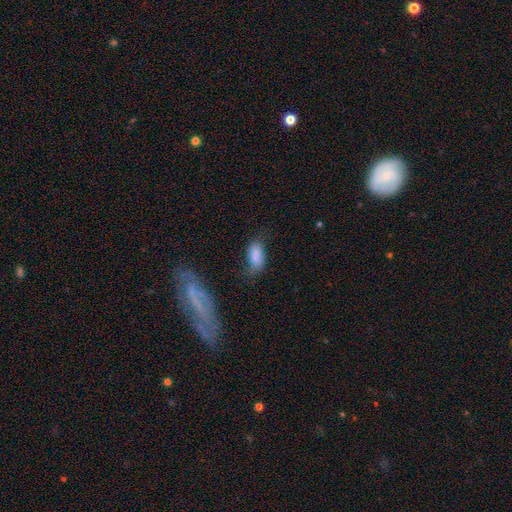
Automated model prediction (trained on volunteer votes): Smooth or featured? Predicted: smooth (p=0.82). How rounded? Predicted: in between (p=0.90). Merging? Predicted: none (p=0.48).